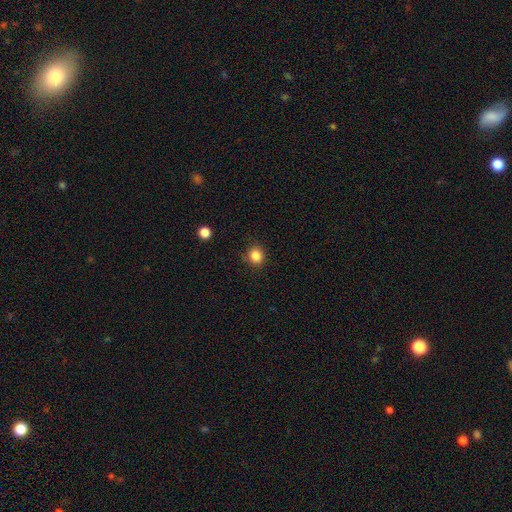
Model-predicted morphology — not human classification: smooth 85%, star or artifact 11%, featured or disk 4%. Down the decision tree: how rounded — round (85%); merging — none (86%).